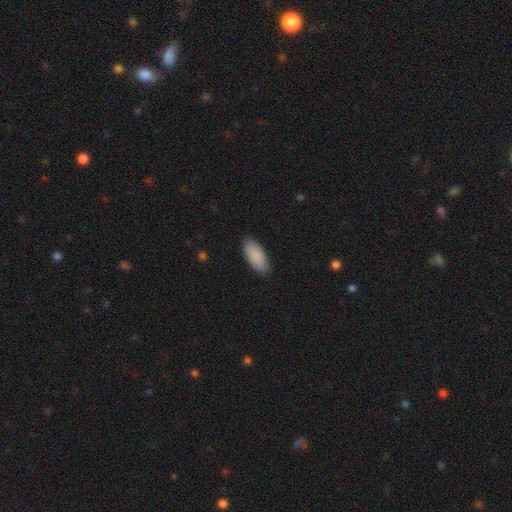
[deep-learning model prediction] Smooth or featured? Predicted: smooth (p=0.89). How rounded? Predicted: in between (p=0.87). Merging? Predicted: none (p=0.85).